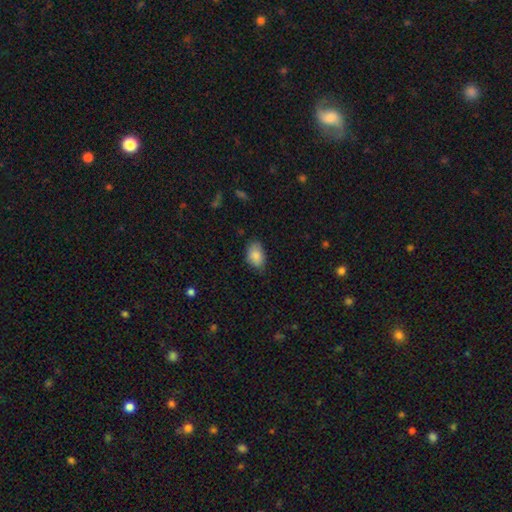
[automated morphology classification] Q: Smooth or featured?
A: smooth (87%); runner-up: star or artifact (7%)
Q: How rounded?
A: in between (90%); runner-up: round (9%)
Q: Merging?
A: none (74%); runner-up: minor disturbance (21%)